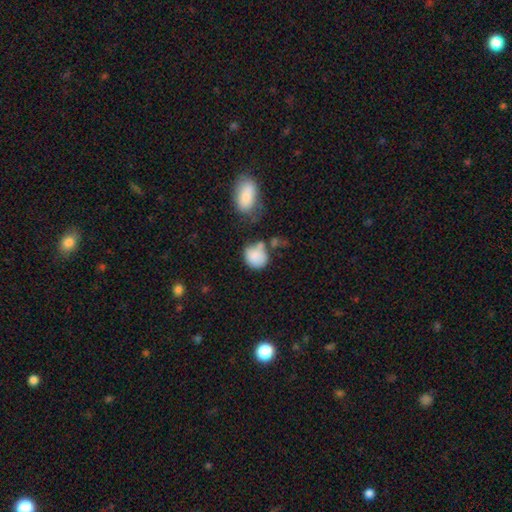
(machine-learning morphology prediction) smooth_or_featured: smooth (p=0.83) [alt: featured or disk p=0.09]
how_rounded: round (p=0.72) [alt: in between p=0.27]
merging: none (p=0.44) [alt: minor disturbance p=0.25]